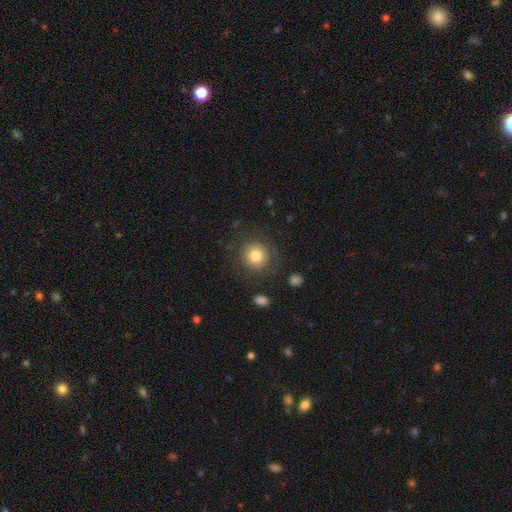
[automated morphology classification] This is likely a smooth galaxy (72%). How rounded: clearly round (92%). Merging: likely none (75%).